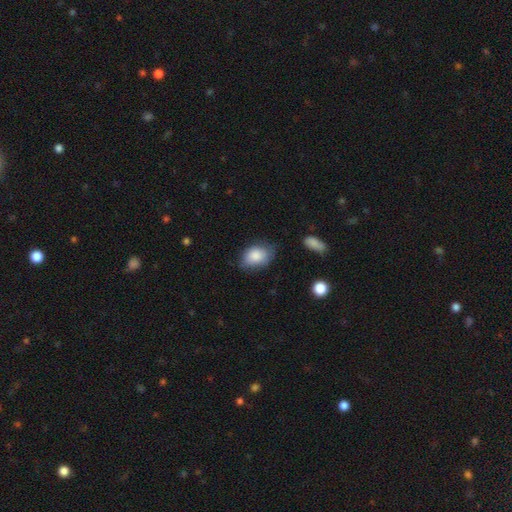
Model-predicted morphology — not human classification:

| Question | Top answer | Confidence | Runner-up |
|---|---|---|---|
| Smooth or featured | smooth | 85% | featured or disk (8%) |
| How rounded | in between | 80% | round (18%) |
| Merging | none | 64% | minor disturbance (28%) |